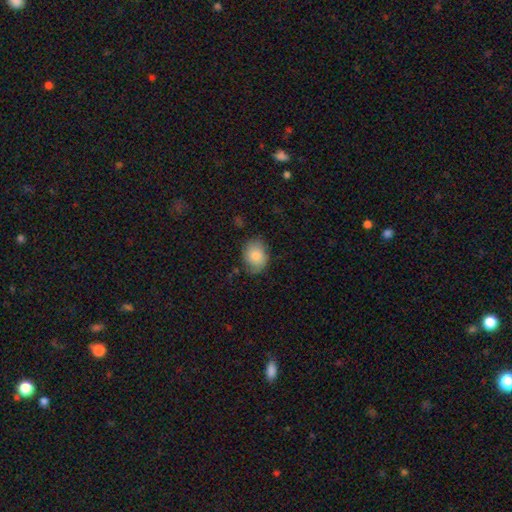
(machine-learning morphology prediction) Smooth or featured: smooth — 82% (featured or disk — 10%)
How rounded: in between — 60% (round — 39%)
Merging: none — 71% (minor disturbance — 22%)